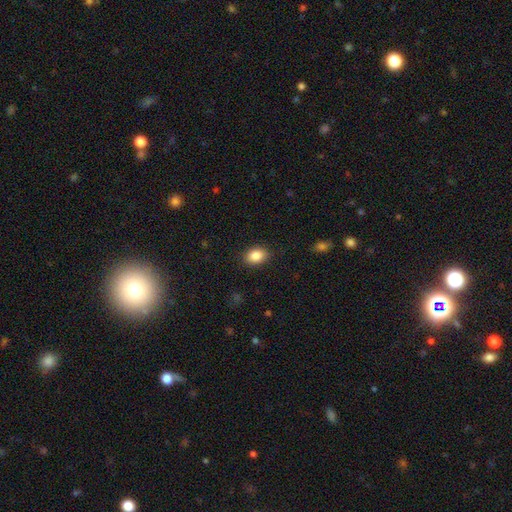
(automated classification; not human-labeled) smooth_or_featured: smooth (p=0.87) [alt: star or artifact p=0.08]
how_rounded: in between (p=0.71) [alt: round p=0.28]
merging: none (p=0.87) [alt: minor disturbance p=0.09]